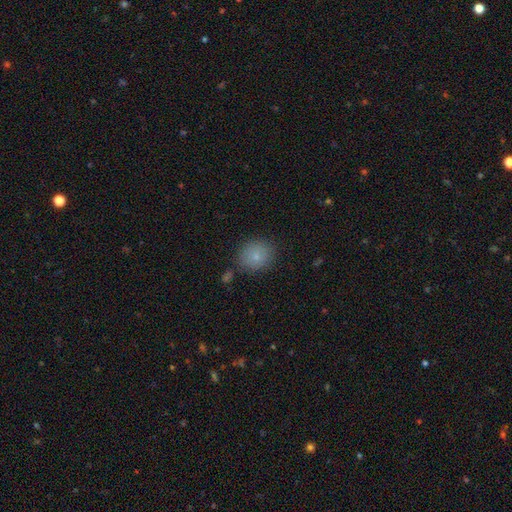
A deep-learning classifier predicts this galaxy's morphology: smooth-or-featured: smooth: 81% | star or artifact: 10% | featured or disk: 8%
  how-rounded: round: 75% | in between: 24% | cigar-shaped: 1%
  merging: none: 82% | minor disturbance: 11% | merger: 3% | major disturbance: 3%